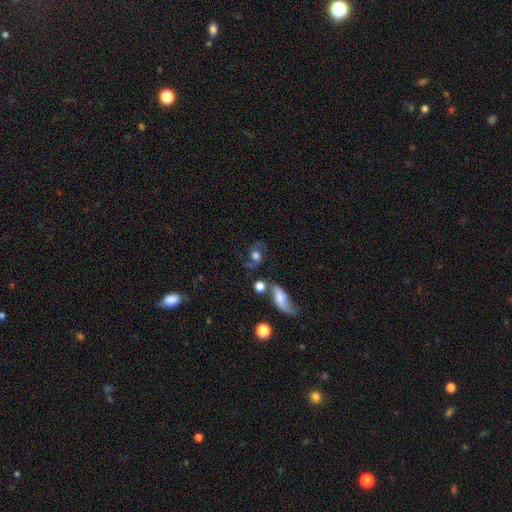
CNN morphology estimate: A featured or disk galaxy (54%).

Vote fractions:
- Smooth or featured? featured or disk: 54% / smooth: 36% / star or artifact: 11%
- Edge-on disk? no: 93% / yes: 7%
- Merging? none: 55% / minor disturbance: 19% / major disturbance: 14% / merger: 13%